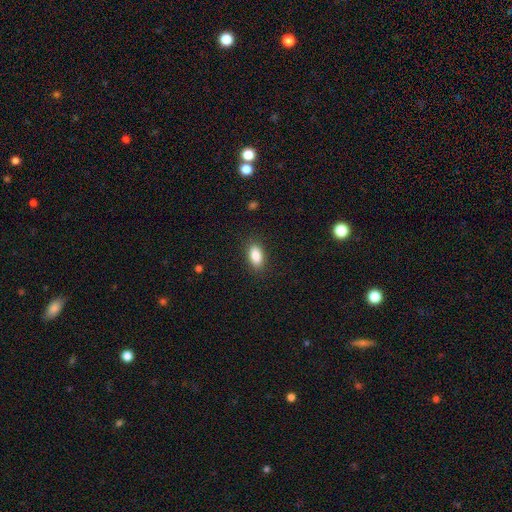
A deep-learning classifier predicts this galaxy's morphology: Smooth or featured? Predicted: smooth (p=0.86). How rounded? Predicted: in between (p=0.91). Merging? Predicted: none (p=0.87).